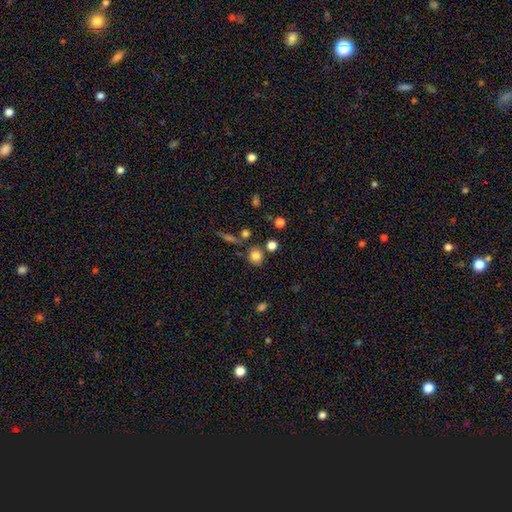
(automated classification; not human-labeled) Smooth or featured? smooth (80%)
How rounded? round (83%)
Merging? none (76%)